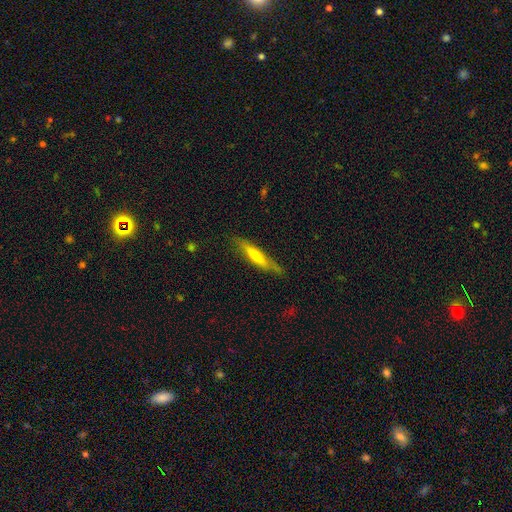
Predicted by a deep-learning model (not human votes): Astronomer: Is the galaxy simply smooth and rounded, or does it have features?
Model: smooth — 53% (runner-up: featured or disk, 41%).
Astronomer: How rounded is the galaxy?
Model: cigar-shaped — 88%.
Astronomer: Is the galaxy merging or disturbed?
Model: none — 77%.